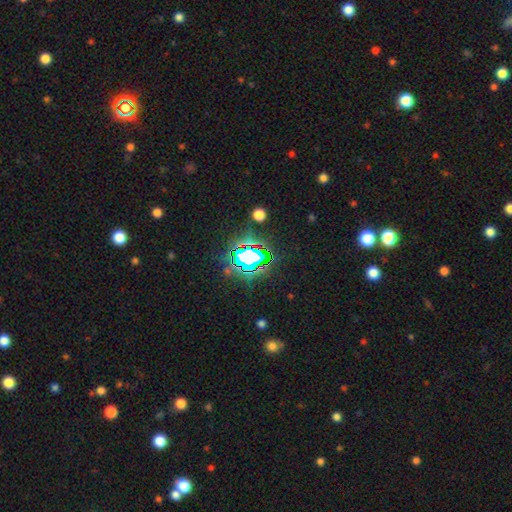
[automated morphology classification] smooth_or_featured: star or artifact (p=0.77) [alt: smooth p=0.15]